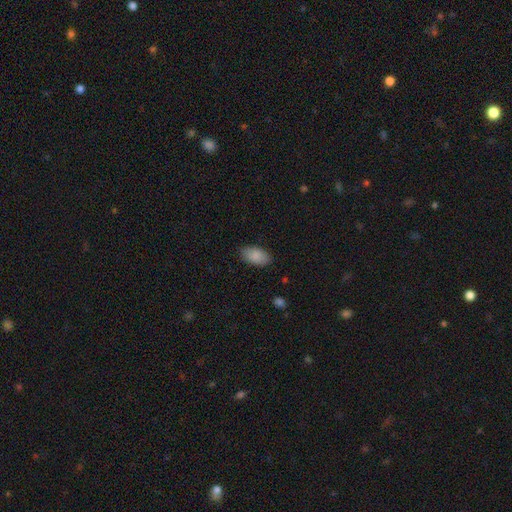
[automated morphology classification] Smooth or featured? smooth (88%)
How rounded? in between (94%)
Merging? none (86%)